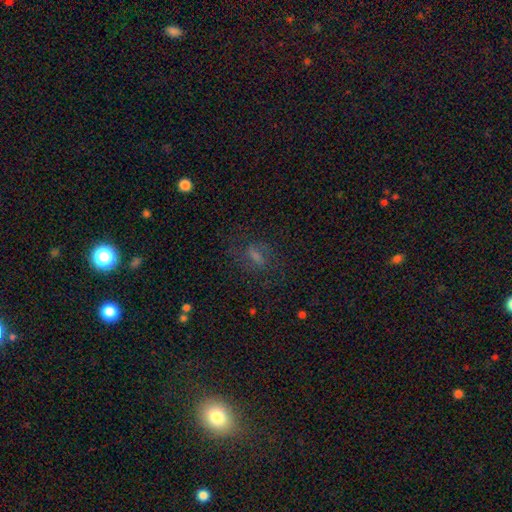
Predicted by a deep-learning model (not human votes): Q: Smooth or featured?
A: featured or disk (40%); runner-up: smooth (32%)
Q: Merging?
A: none (72%); runner-up: minor disturbance (15%)